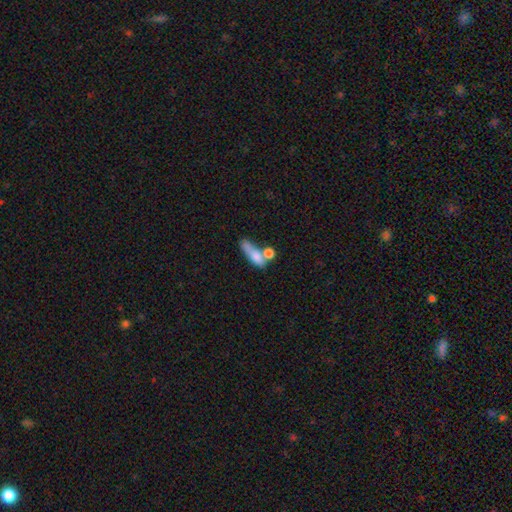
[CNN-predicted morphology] Smooth or featured: smooth — 70% (featured or disk — 20%)
How rounded: in between — 50% (cigar-shaped — 40%)
Merging: merger — 39% (none — 31%)